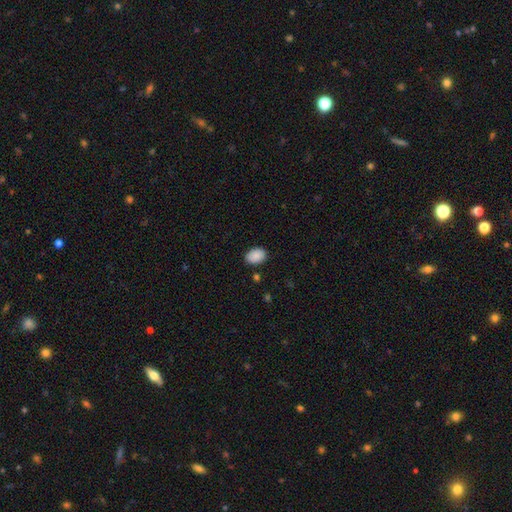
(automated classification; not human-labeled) smooth-or-featured: smooth: 90% | star or artifact: 7% | featured or disk: 3%
  how-rounded: in between: 79% | round: 20% | cigar-shaped: 1%
  merging: none: 85% | minor disturbance: 11% | major disturbance: 2% | merger: 2%